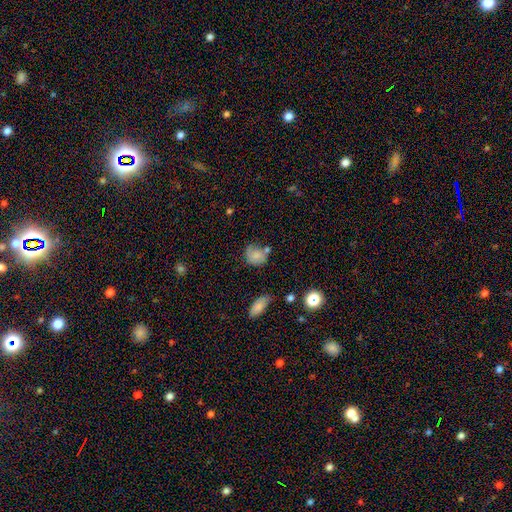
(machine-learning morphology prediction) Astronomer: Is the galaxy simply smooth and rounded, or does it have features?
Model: smooth — 72%.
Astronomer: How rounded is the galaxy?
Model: round — 57% (runner-up: in between, 42%).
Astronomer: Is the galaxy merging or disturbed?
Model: none — 47% (runner-up: minor disturbance, 30%).